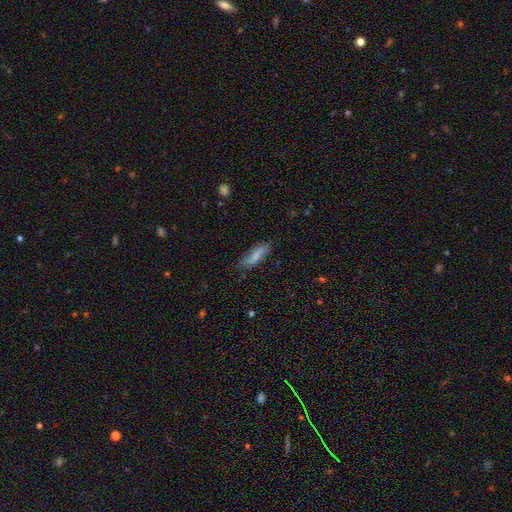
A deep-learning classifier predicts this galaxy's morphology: Smooth or featured: smooth — 73% (featured or disk — 20%)
How rounded: cigar-shaped — 50% (in between — 48%)
Merging: none — 72% (minor disturbance — 21%)